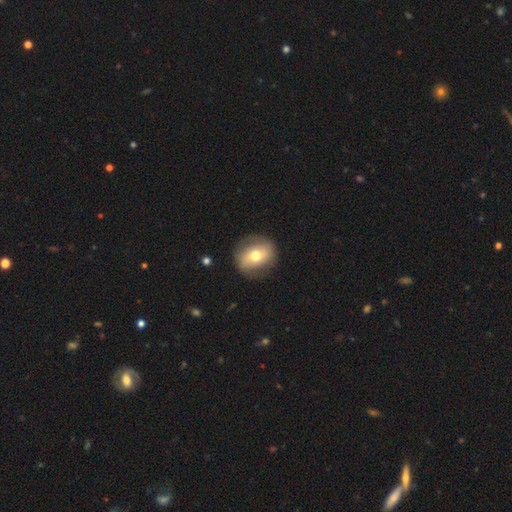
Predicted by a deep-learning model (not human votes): A smooth galaxy with no disk features (59%) that is round (58%).

Vote fractions:
- Smooth or featured? smooth: 59% / featured or disk: 34% / star or artifact: 7%
- How rounded? round: 58% / in between: 40% / cigar-shaped: 1%
- Merging? none: 83% / minor disturbance: 12% / major disturbance: 4% / merger: 1%